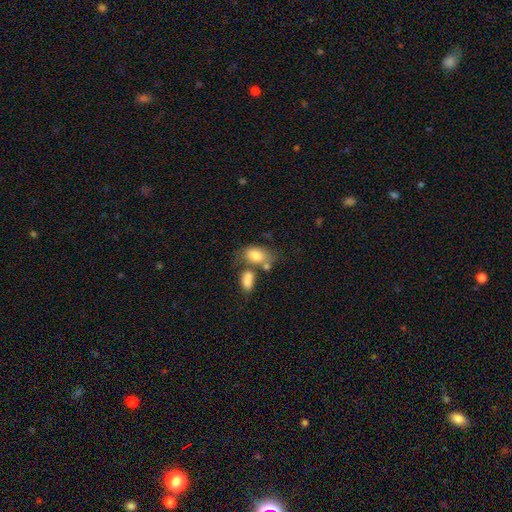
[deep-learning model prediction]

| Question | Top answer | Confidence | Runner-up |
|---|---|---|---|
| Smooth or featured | smooth | 79% | featured or disk (14%) |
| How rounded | in between | 86% | round (12%) |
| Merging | none | 41% | merger (34%) |